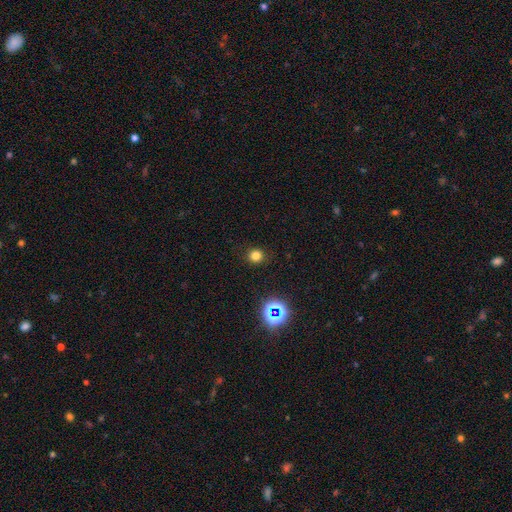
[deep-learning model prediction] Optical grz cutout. It shows a smooth galaxy with no disk features (76%) that is round (89%). Merging: none (90%).